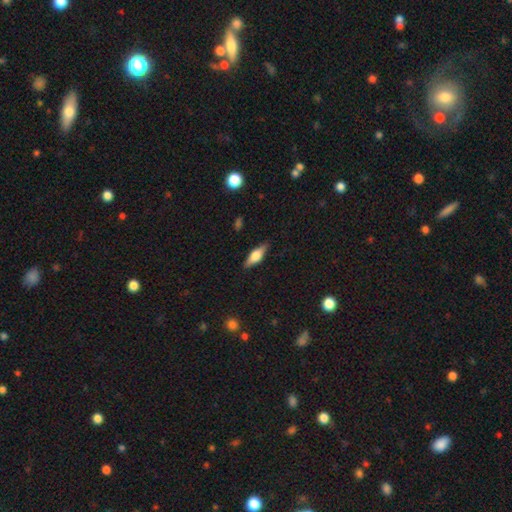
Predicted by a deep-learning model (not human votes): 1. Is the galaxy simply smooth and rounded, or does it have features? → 48% smooth, 45% featured or disk, 7% star or artifact.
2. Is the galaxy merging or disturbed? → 85% none, 11% minor disturbance, 2% major disturbance, 1% merger.